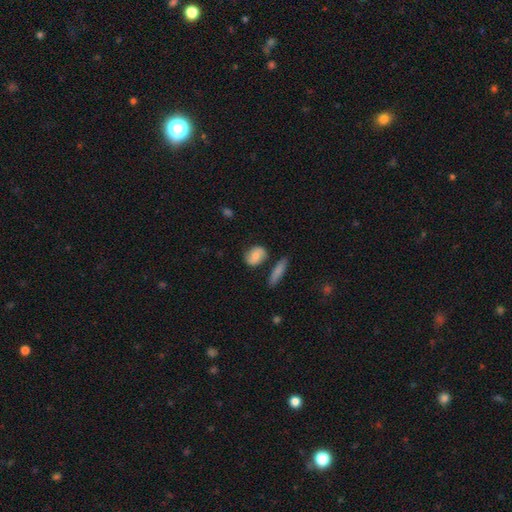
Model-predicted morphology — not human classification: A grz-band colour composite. It shows a smooth galaxy with no disk features (74%) that is in between round and cigar-shaped (65%). Merging: none (68%).